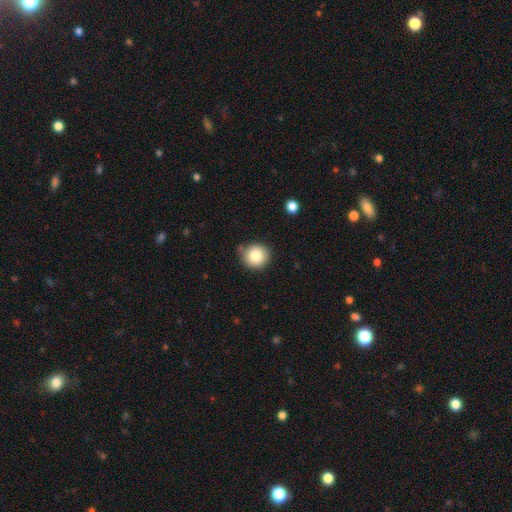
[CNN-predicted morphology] smooth-or-featured: smooth: 83% | star or artifact: 9% | featured or disk: 7%
  how-rounded: round: 91% | in between: 9% | cigar-shaped: 1%
  merging: none: 81% | minor disturbance: 13% | merger: 3% | major disturbance: 3%